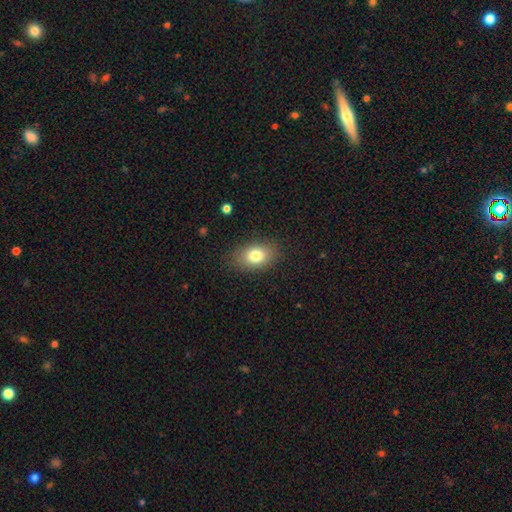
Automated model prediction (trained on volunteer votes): This is likely a smooth galaxy (79%). How rounded: clearly in between (82%). Merging: clearly none (83%).